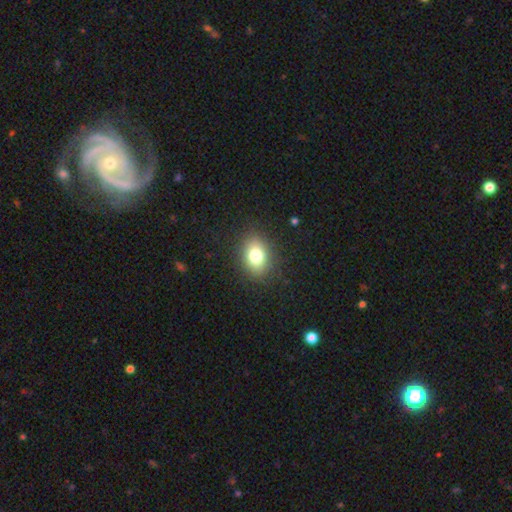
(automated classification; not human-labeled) Q: Smooth or featured?
A: smooth (77%); runner-up: featured or disk (11%)
Q: How rounded?
A: in between (65%); runner-up: round (33%)
Q: Merging?
A: none (86%); runner-up: minor disturbance (9%)